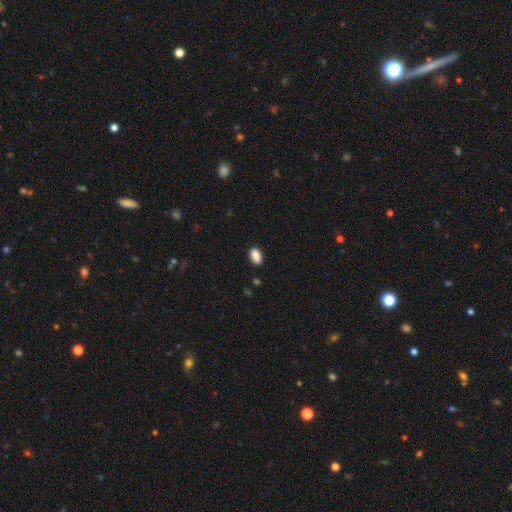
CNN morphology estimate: smooth_or_featured: smooth (p=0.89) [alt: star or artifact p=0.08]
how_rounded: in between (p=0.91) [alt: round p=0.07]
merging: none (p=0.87) [alt: minor disturbance p=0.10]